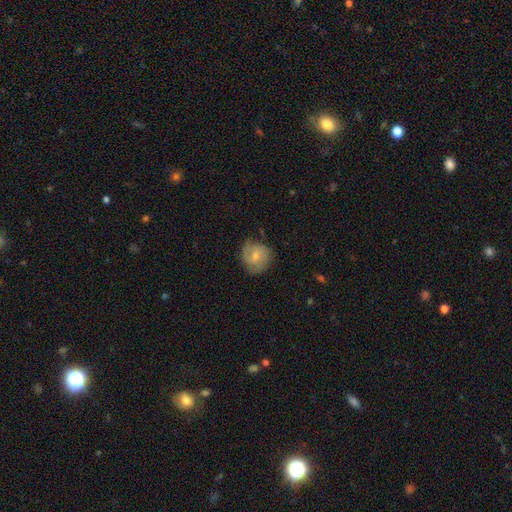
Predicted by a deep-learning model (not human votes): smooth-or-featured: smooth: 51% | featured or disk: 42% | star or artifact: 7%
  how-rounded: round: 81% | in between: 18% | cigar-shaped: 1%
  merging: none: 67% | minor disturbance: 25% | major disturbance: 7% | merger: 1%